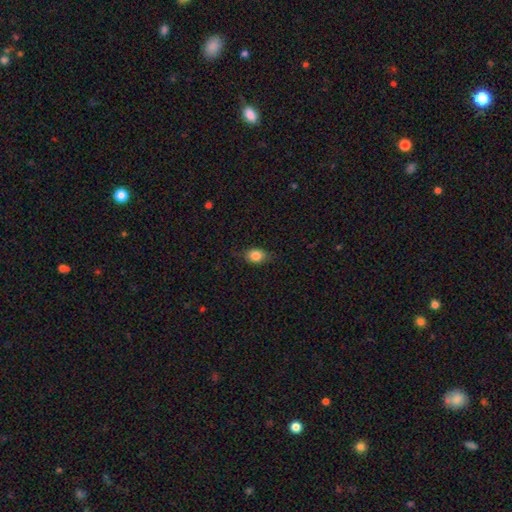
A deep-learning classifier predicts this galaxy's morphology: Smooth or featured?
  - smooth: 82% *
  - star or artifact: 9%
  - featured or disk: 9%
How rounded?
  - in between: 64% *
  - round: 34%
  - cigar-shaped: 2%
Merging?
  - none: 77% *
  - minor disturbance: 18%
  - major disturbance: 4%
  - merger: 1%